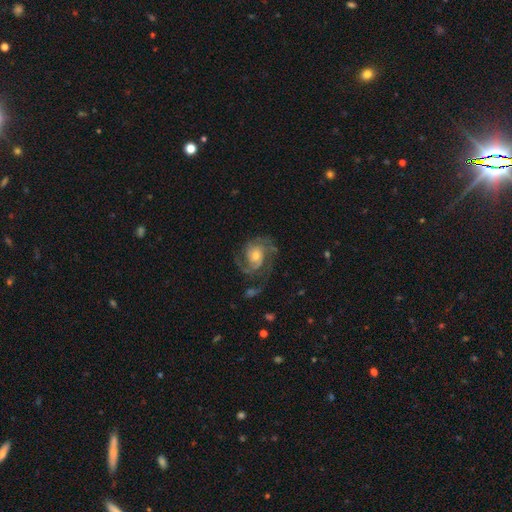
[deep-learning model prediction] Smooth or featured?
  - featured or disk: 87% *
  - smooth: 7%
  - star or artifact: 6%
Edge-on disk?
  - no: 98% *
  - yes: 2%
Bar?
  - no: 62% *
  - weak: 32%
  - strong: 6%
Spiral arms?
  - yes: 97% *
  - no: 3%
Spiral winding?
  - medium: 46% *
  - tight: 42%
  - loose: 12%
Spiral arm count?
  - 2: 50% *
  - 3: 24%
  - can't tell: 12%
  - 1: 5%
  - 4: 5%
  - more than 4: 4%
Bulge size?
  - moderate: 53% *
  - small: 35%
  - large: 8%
  - none: 3%
  - dominant: 1%
Merging?
  - none: 66% *
  - minor disturbance: 17%
  - major disturbance: 15%
  - merger: 2%